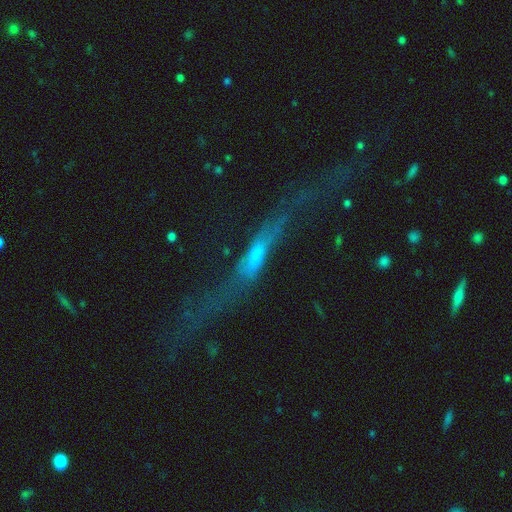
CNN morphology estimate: The model was most divided on "merging": major disturbance: 39%, none: 34%, minor disturbance: 19%, merger: 8%. More confident: edge-on disk — yes (55%); smooth or featured — featured or disk (54%).